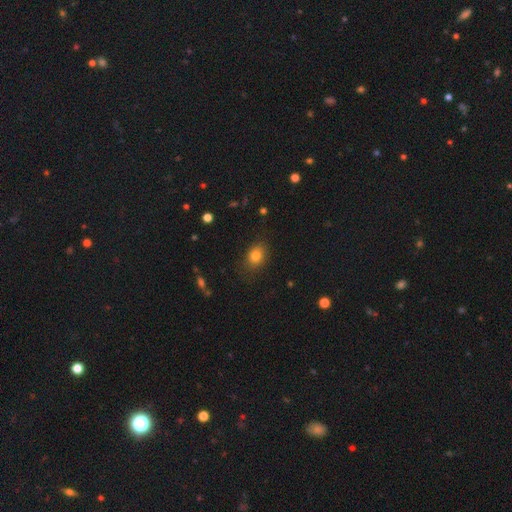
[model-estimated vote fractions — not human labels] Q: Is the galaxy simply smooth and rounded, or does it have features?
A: smooth — 81%.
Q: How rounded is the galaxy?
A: in between — 60%.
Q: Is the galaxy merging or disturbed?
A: none — 81%.